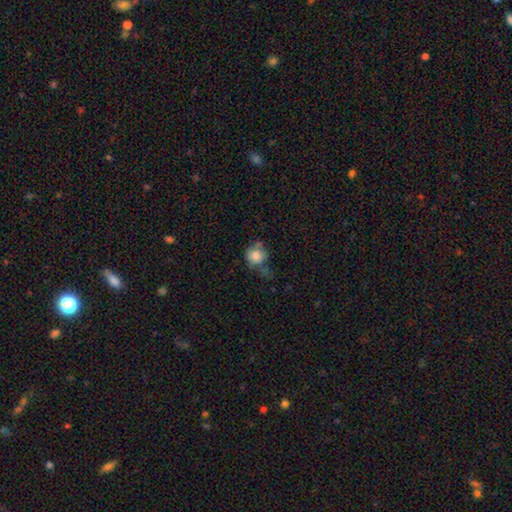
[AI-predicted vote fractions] Q: Smooth or featured?
A: smooth (76%); runner-up: featured or disk (15%)
Q: How rounded?
A: round (79%); runner-up: in between (20%)
Q: Merging?
A: none (40%); runner-up: minor disturbance (32%)